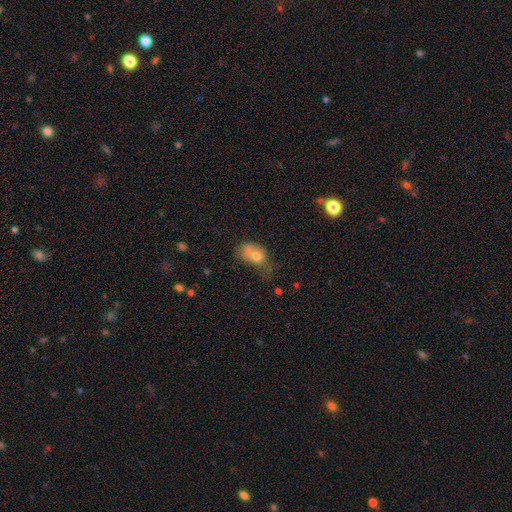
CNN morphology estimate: Q: Smooth or featured?
A: smooth (69%); runner-up: featured or disk (21%)
Q: How rounded?
A: in between (67%); runner-up: round (31%)
Q: Merging?
A: major disturbance (34%); runner-up: merger (24%)